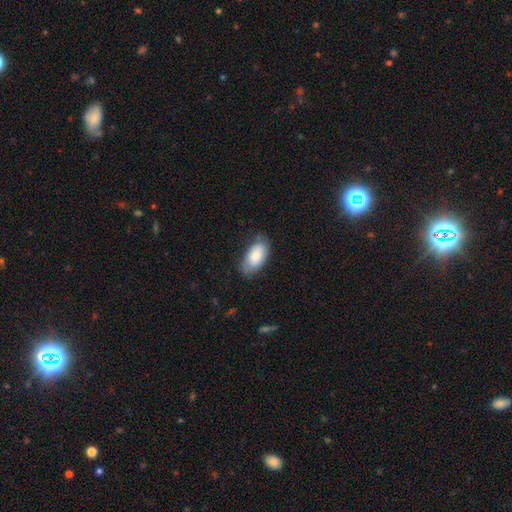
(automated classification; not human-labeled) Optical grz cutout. It shows a smooth galaxy with no disk features (78%) that is in between round and cigar-shaped (94%). Merging: none (71%).